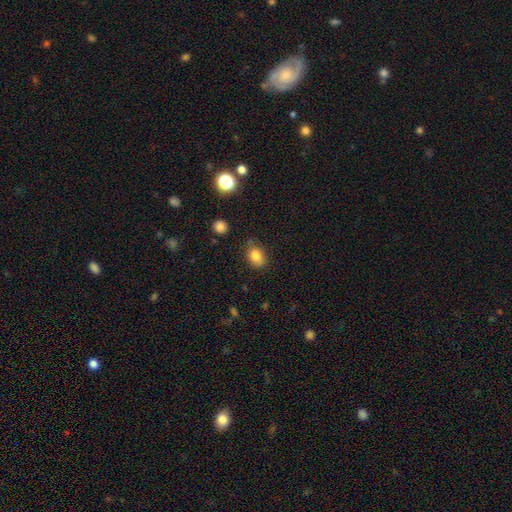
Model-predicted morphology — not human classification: A smooth galaxy with no disk features (81%) that is in between round and cigar-shaped (69%).

Vote fractions:
- Smooth or featured? smooth: 81% / star or artifact: 10% / featured or disk: 8%
- How rounded? in between: 69% / round: 30% / cigar-shaped: 1%
- Merging? none: 71% / minor disturbance: 21% / major disturbance: 4% / merger: 3%